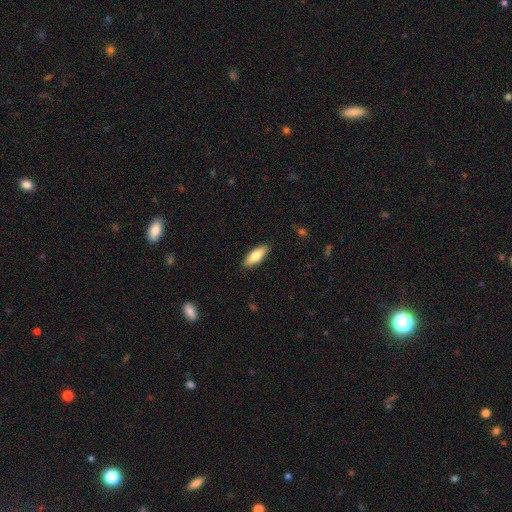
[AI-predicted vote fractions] smooth-or-featured: smooth: 75% | featured or disk: 20% | star or artifact: 6%
  how-rounded: in between: 70% | cigar-shaped: 28% | round: 2%
  merging: none: 89% | minor disturbance: 9% | major disturbance: 2% | merger: 1%